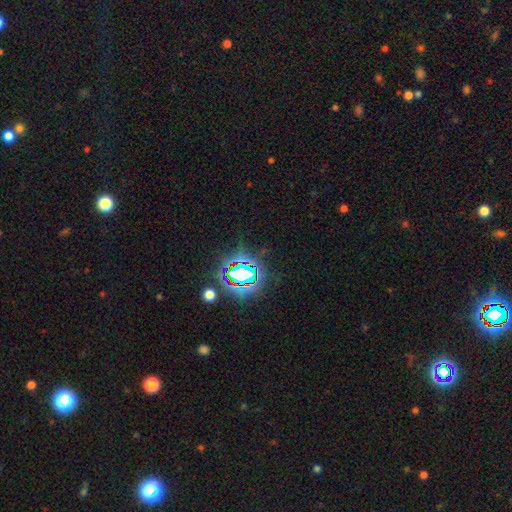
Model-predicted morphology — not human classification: Smooth or featured?
  - star or artifact: 82% *
  - smooth: 11%
  - featured or disk: 7%